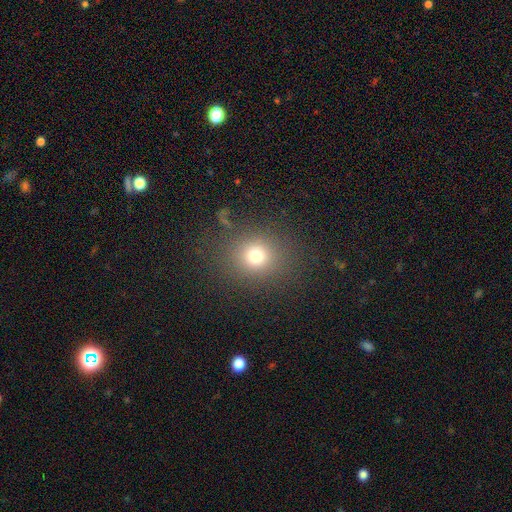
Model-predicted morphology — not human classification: Q: Smooth or featured?
A: smooth (75%); runner-up: star or artifact (16%)
Q: How rounded?
A: round (78%); runner-up: in between (21%)
Q: Merging?
A: none (82%); runner-up: minor disturbance (9%)